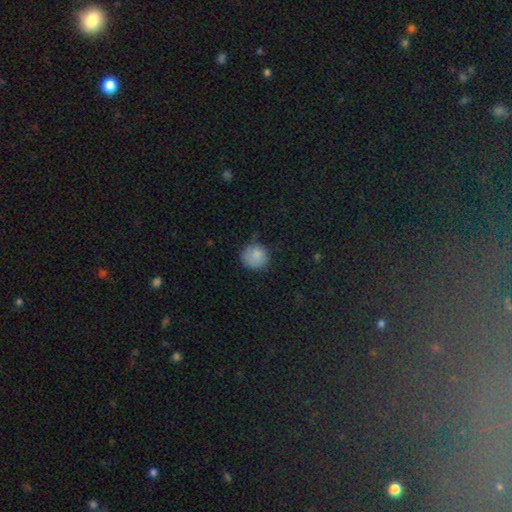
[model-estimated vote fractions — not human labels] The model was most divided on "merging": none: 70%, minor disturbance: 23%, major disturbance: 5%, merger: 2%. More confident: how rounded — round (90%); smooth or featured — smooth (84%).